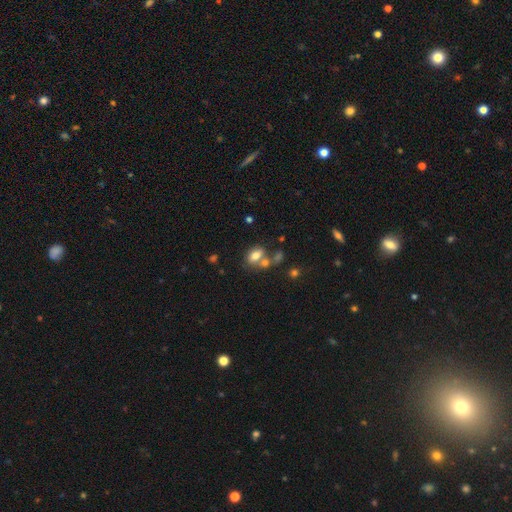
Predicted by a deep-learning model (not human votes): Smooth or featured? Predicted: smooth (p=0.74). How rounded? Predicted: in between (p=0.83). Merging? Predicted: none (p=0.43).